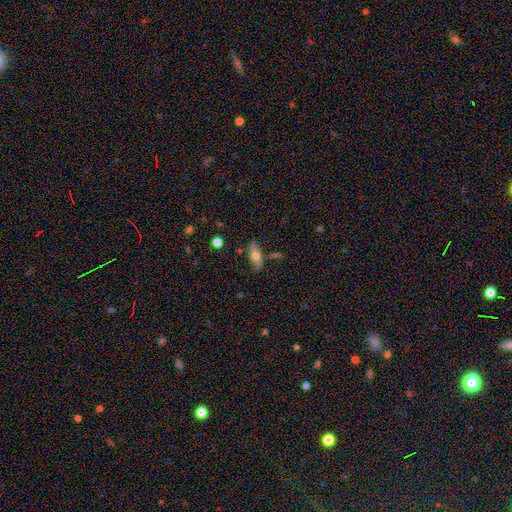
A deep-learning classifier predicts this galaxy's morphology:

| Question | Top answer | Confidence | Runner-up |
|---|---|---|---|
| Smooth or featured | smooth | 46% | featured or disk (45%) |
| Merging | none | 62% | minor disturbance (24%) |